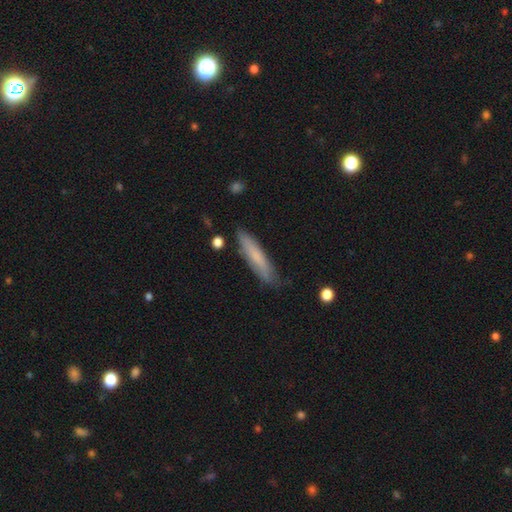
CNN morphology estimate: smooth_or_featured: smooth (p=0.72) [alt: featured or disk p=0.22]
how_rounded: cigar-shaped (p=0.85) [alt: in between p=0.13]
merging: none (p=0.80) [alt: minor disturbance p=0.16]